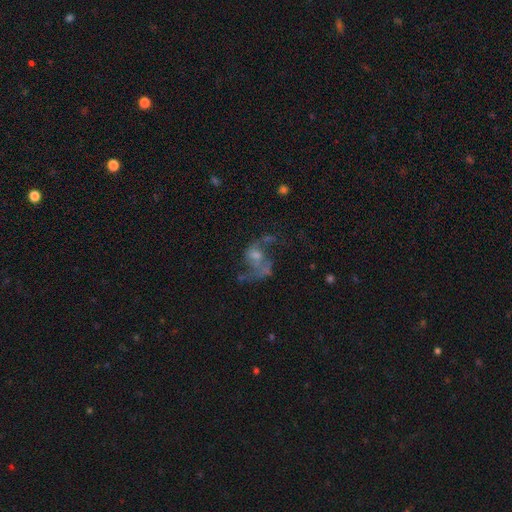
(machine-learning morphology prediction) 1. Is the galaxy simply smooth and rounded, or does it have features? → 68% featured or disk, 17% smooth, 15% star or artifact.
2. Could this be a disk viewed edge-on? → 97% no, 3% yes.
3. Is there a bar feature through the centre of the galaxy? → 70% no, 25% weak, 5% strong.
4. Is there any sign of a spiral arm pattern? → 71% yes, 29% no.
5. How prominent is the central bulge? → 38% moderate, 36% small, 17% none, 7% large, 2% dominant.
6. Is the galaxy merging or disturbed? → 39% none, 36% major disturbance, 15% minor disturbance, 10% merger.